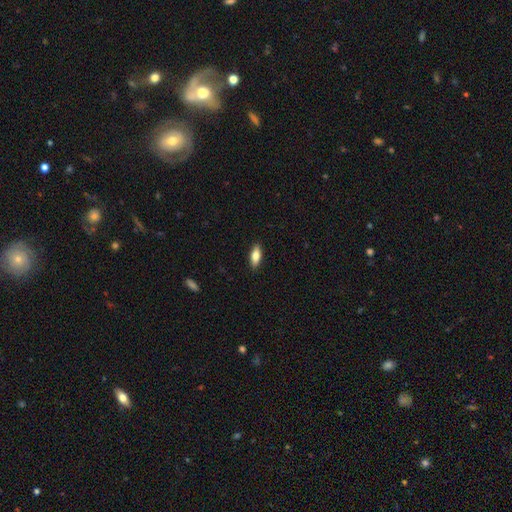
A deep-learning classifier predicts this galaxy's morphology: smooth_or_featured: smooth (p=0.78) [alt: featured or disk p=0.15]
how_rounded: in between (p=0.78) [alt: cigar-shaped p=0.20]
merging: none (p=0.89) [alt: minor disturbance p=0.08]